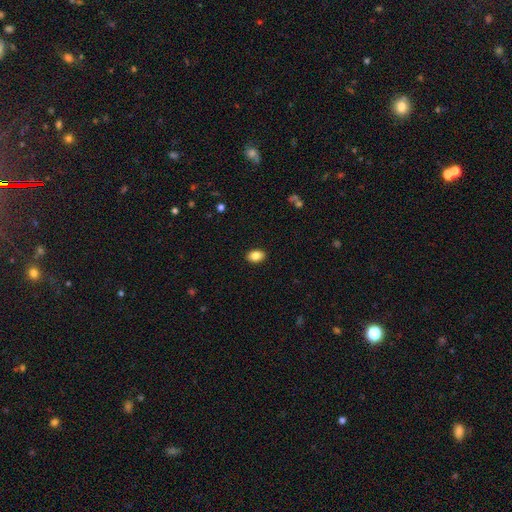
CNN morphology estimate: Smooth or featured: smooth — 86% (star or artifact — 8%)
How rounded: in between — 85% (round — 14%)
Merging: none — 90% (minor disturbance — 7%)